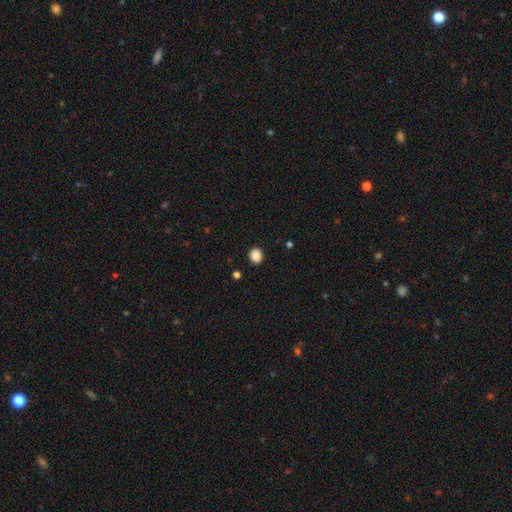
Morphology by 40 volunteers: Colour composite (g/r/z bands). It shows a smooth galaxy with no disk features (92%) that is round (78%). Merging: none (97%).